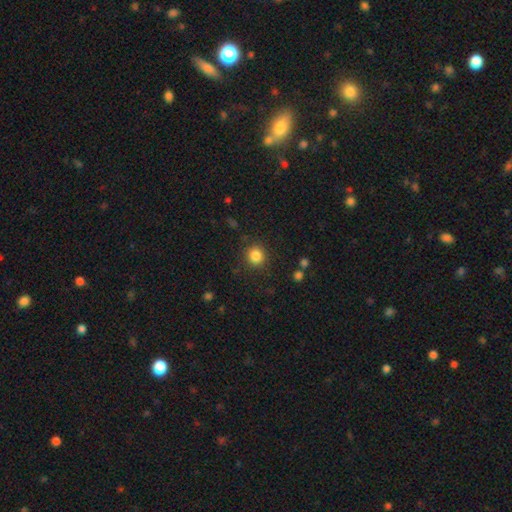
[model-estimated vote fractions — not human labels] Overall: smooth (84%). How rounded: round (89%). Merging: none (88%).